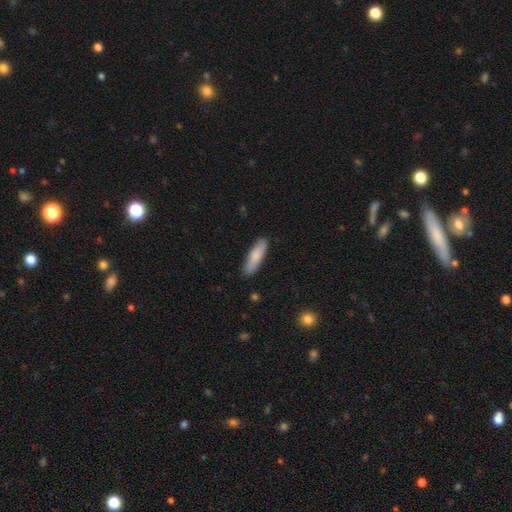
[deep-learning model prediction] This appears to be a smooth galaxy with no disk features (81%) that is cigar-shaped (60%). Merging: none (85%).